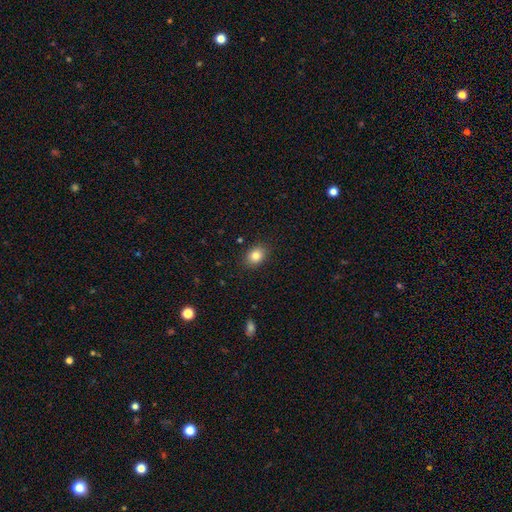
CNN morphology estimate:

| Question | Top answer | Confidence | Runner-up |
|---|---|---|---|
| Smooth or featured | smooth | 83% | star or artifact (10%) |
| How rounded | in between | 56% | round (43%) |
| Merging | none | 88% | minor disturbance (8%) |